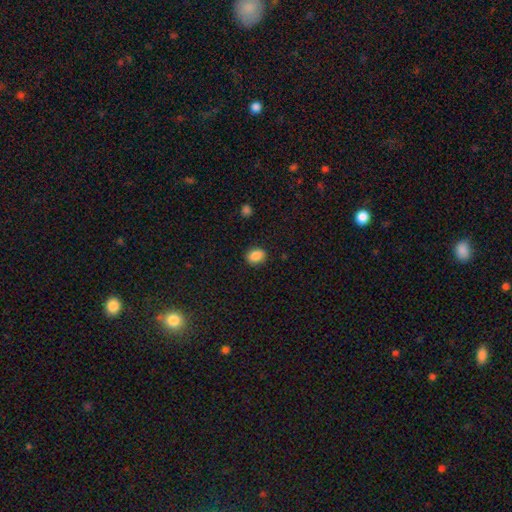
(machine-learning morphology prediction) The model was most divided on "how rounded": in between: 62%, round: 37%, cigar-shaped: 1%. More confident: merging — none (88%); smooth or featured — smooth (88%).